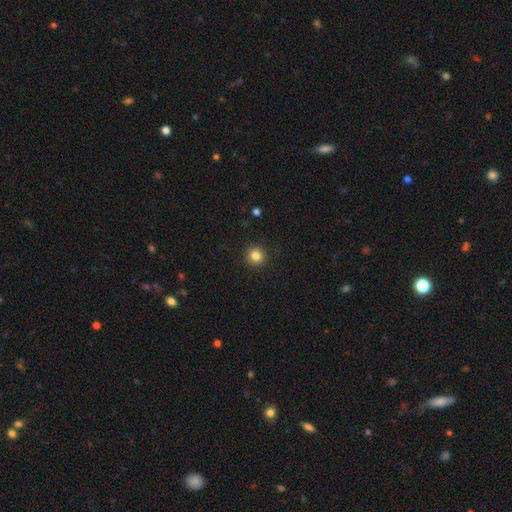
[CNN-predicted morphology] Q: Smooth or featured?
A: smooth (83%); runner-up: star or artifact (12%)
Q: How rounded?
A: round (95%); runner-up: in between (4%)
Q: Merging?
A: none (92%); runner-up: minor disturbance (5%)